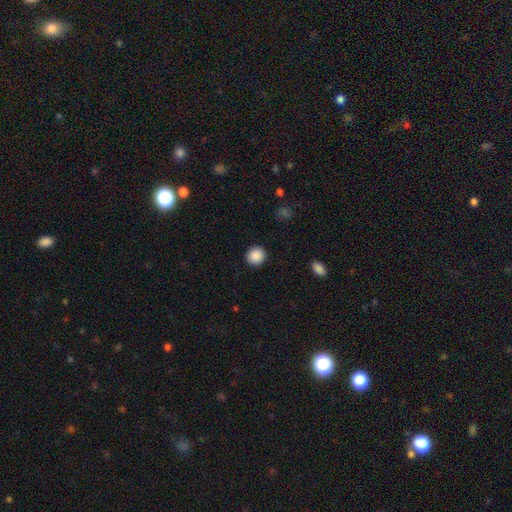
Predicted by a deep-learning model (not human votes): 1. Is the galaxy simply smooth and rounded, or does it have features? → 89% smooth, 8% star or artifact, 2% featured or disk.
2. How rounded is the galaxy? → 90% round, 9% in between, 1% cigar-shaped.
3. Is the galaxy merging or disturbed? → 92% none, 5% minor disturbance, 2% major disturbance, 1% merger.